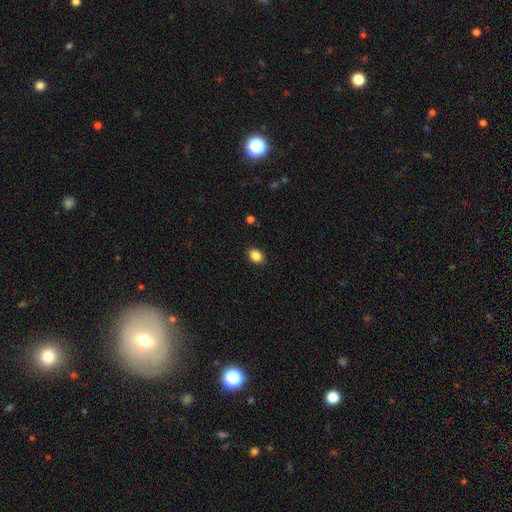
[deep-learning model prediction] Smooth or featured: smooth — 87% (star or artifact — 9%)
How rounded: in between — 70% (round — 28%)
Merging: none — 89% (minor disturbance — 8%)